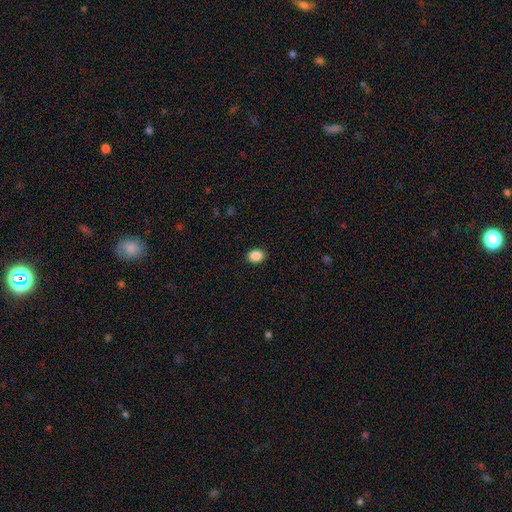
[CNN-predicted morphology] This is clearly a smooth galaxy (89%). How rounded: likely in between (61%). Merging: clearly none (90%).